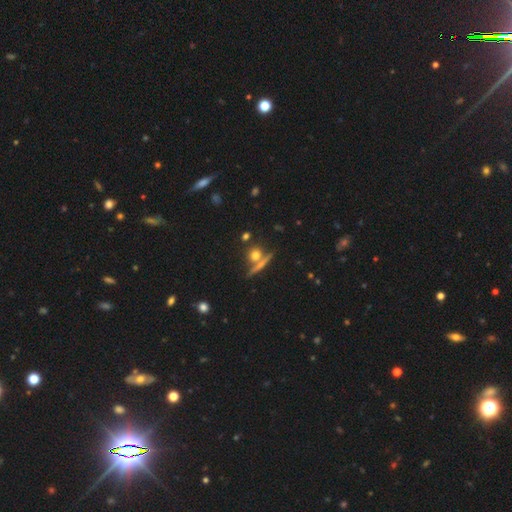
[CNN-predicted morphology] Overall: smooth (68%). How rounded: round (71%). Merging: none (67%).